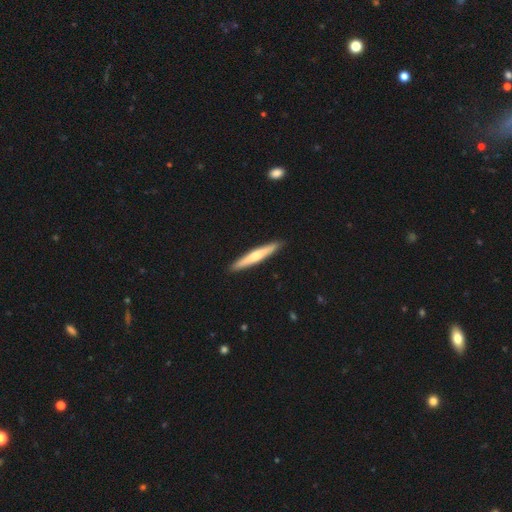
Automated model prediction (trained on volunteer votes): smooth 53%, featured or disk 42%, star or artifact 5%. Down the decision tree: how rounded — cigar-shaped (95%); merging — none (92%).